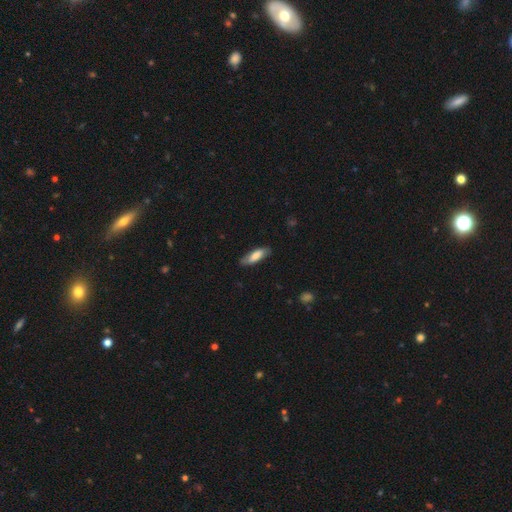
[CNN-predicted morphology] This appears to be a smooth galaxy with no disk features (72%) that is in between round and cigar-shaped (58%). Merging: none (76%).